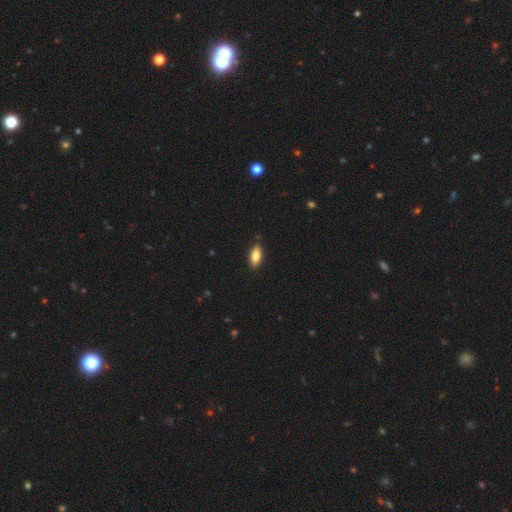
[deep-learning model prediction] This appears to be a smooth galaxy with no disk features (80%) that is in between round and cigar-shaped (84%). Merging: none (88%).